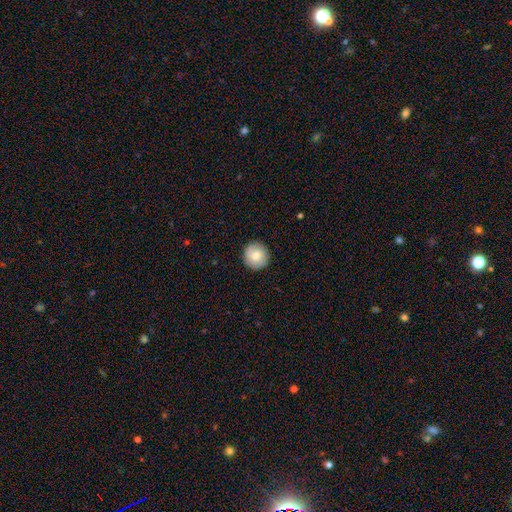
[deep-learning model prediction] Smooth or featured?
  - smooth: 77% *
  - featured or disk: 15%
  - star or artifact: 8%
How rounded?
  - round: 95% *
  - in between: 4%
  - cigar-shaped: 1%
Merging?
  - none: 91% *
  - minor disturbance: 7%
  - major disturbance: 2%
  - merger: 1%